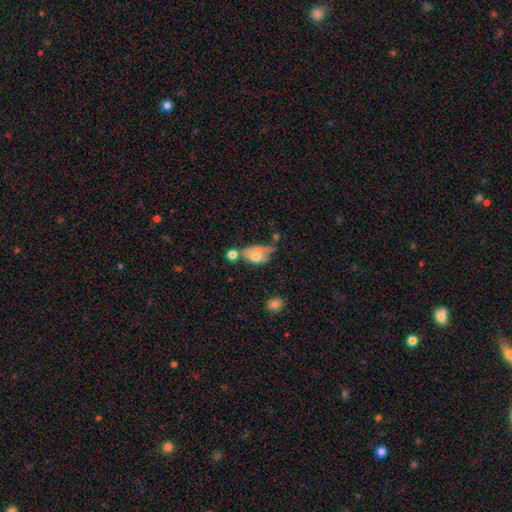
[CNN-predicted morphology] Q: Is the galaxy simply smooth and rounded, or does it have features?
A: smooth — 58%.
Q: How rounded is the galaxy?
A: in between — 82%.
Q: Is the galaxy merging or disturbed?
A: merger — 35%.